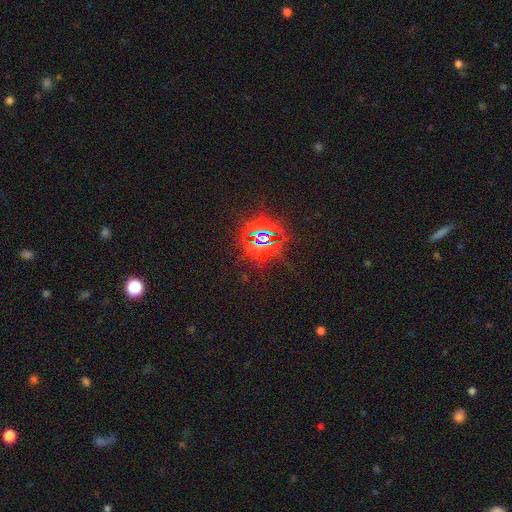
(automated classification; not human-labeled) This is clearly a star or artifact rather than a galaxy (84%).